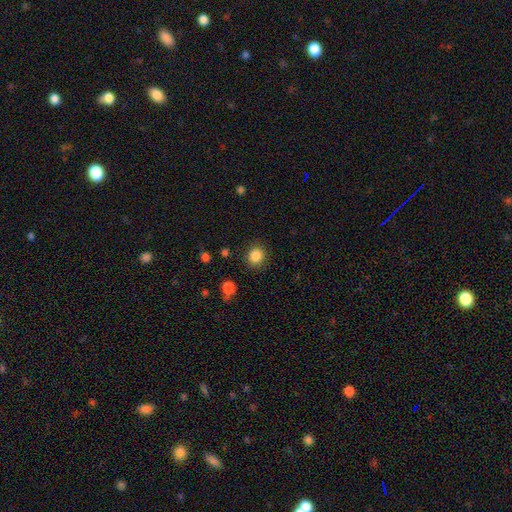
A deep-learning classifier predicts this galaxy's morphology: A smooth galaxy with no disk features (86%) that is round (80%). Merging: none (86%).